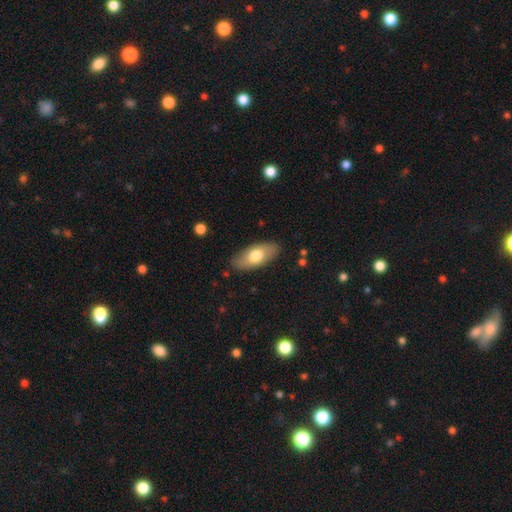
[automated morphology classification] This is likely a smooth galaxy (69%). How rounded: clearly in between (89%). Merging: clearly none (85%).